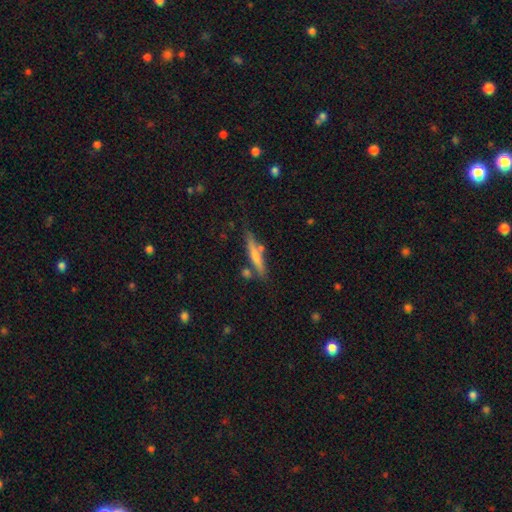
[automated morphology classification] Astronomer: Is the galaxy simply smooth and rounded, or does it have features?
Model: smooth — 49% (runner-up: featured or disk, 44%).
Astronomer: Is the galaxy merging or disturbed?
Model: none — 73%.